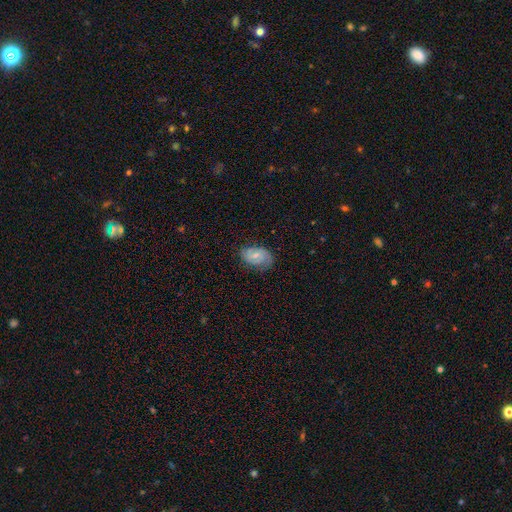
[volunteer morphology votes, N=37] type=featured or disk (59%); edge-on=no (100%); bar=weak (73%); spiral arms=yes (77%); winding=tight (59%); arm count=can't tell (65%); bulge=small (64%); merging=none (69%).